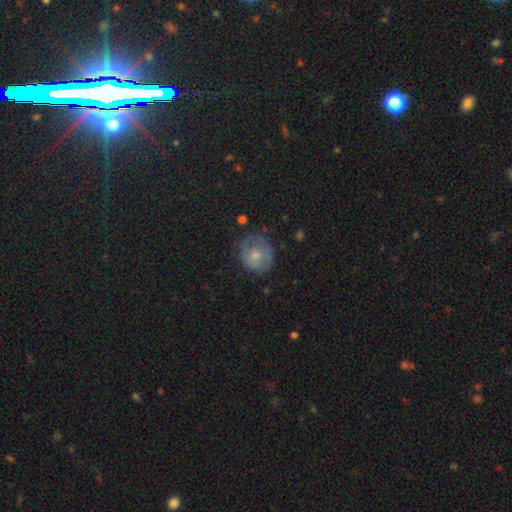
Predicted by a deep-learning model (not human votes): smooth-or-featured: smooth: 52% | featured or disk: 39% | star or artifact: 8%
  how-rounded: round: 75% | in between: 24% | cigar-shaped: 1%
  merging: none: 61% | minor disturbance: 25% | major disturbance: 11% | merger: 2%